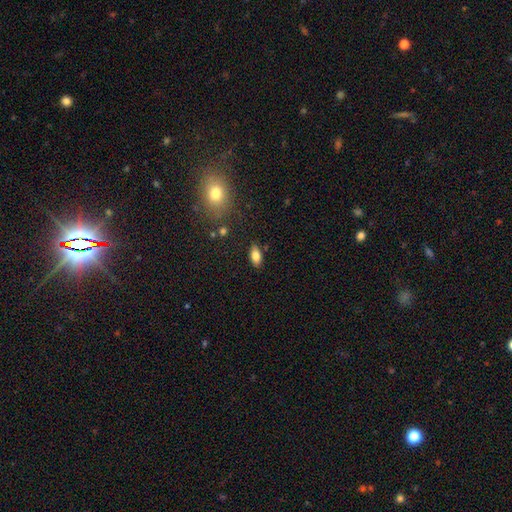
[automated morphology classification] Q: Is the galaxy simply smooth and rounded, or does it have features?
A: smooth — 78%.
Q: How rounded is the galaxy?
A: in between — 89%.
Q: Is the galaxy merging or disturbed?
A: none — 84%.